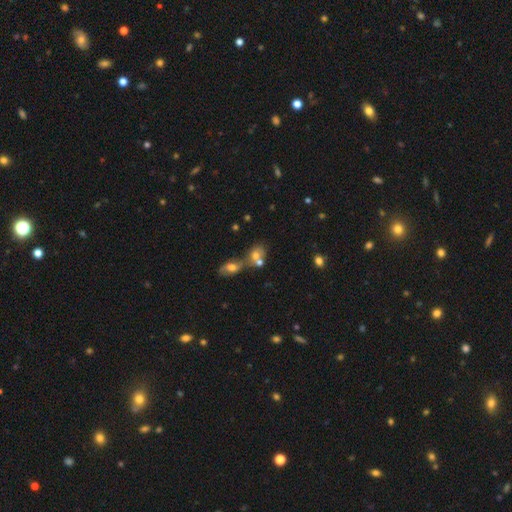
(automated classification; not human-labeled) Smooth or featured? smooth (64%)
How rounded? in between (53%)
Merging? merger (61%)